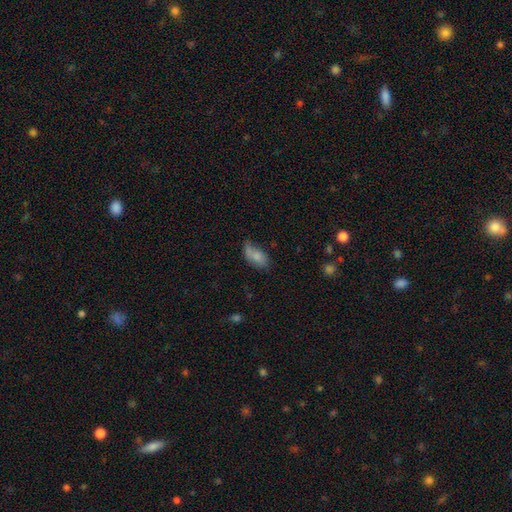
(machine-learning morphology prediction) Smooth or featured? Predicted: smooth (p=0.77). How rounded? Predicted: in between (p=0.91). Merging? Predicted: none (p=0.45).